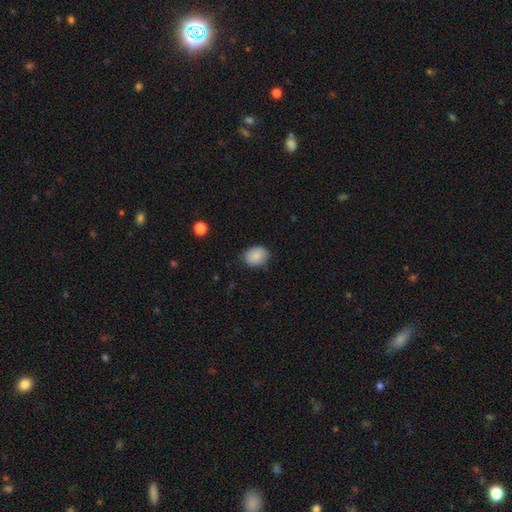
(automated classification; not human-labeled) Q: Smooth or featured?
A: smooth (87%); runner-up: star or artifact (8%)
Q: How rounded?
A: in between (58%); runner-up: round (41%)
Q: Merging?
A: none (82%); runner-up: minor disturbance (14%)